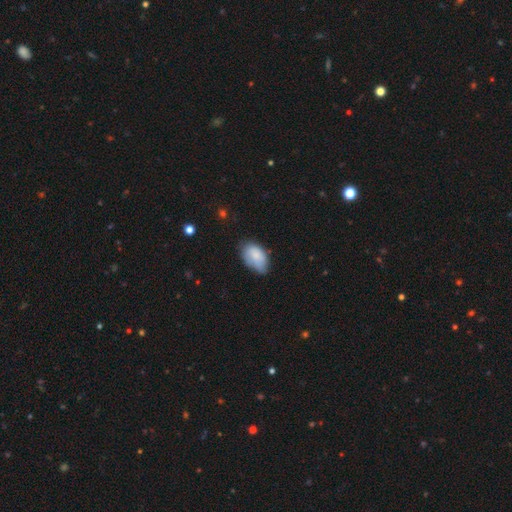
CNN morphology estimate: Overall: smooth (82%). How rounded: in between (93%). Merging: none (54%; minor disturbance 36%).